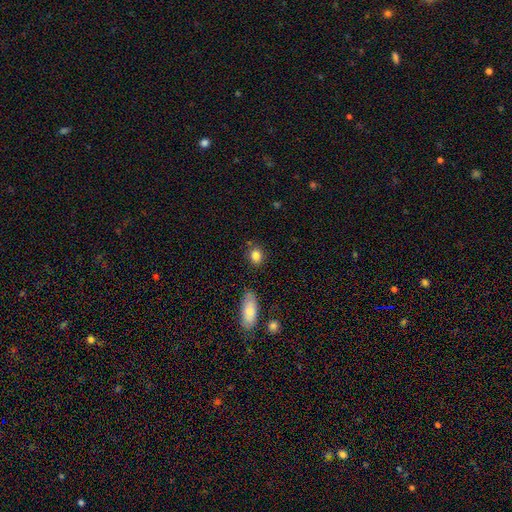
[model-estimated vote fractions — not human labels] Overall: smooth (84%). How rounded: round (54%; in between 44%). Merging: none (81%).